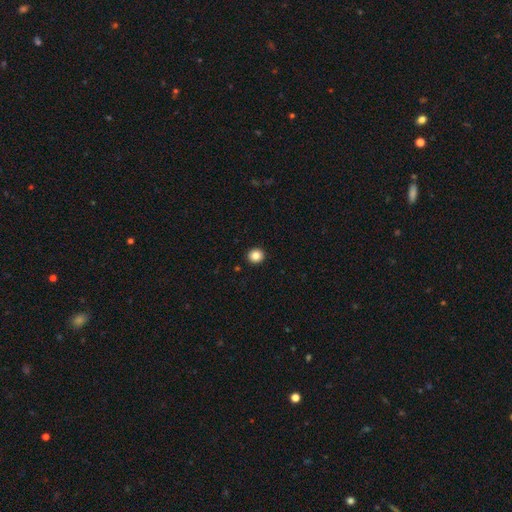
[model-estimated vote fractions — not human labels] Morphology: type=smooth (85%); roundness=round (90%); merging=none (93%).